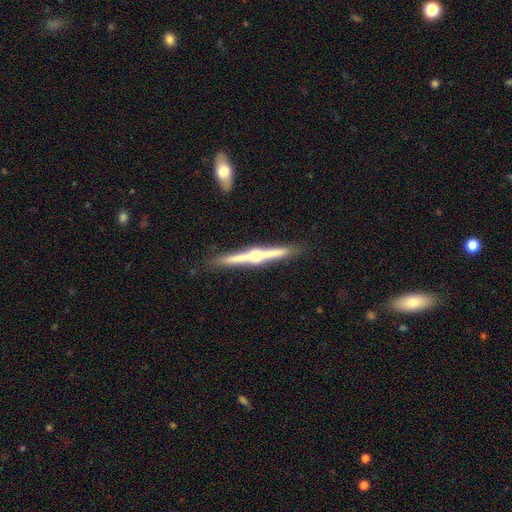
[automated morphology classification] featured or disk 81%, smooth 14%, star or artifact 5%. Down the decision tree: edge-on disk — yes (98%); edge-on bulge — rounded (92%); merging — none (87%).